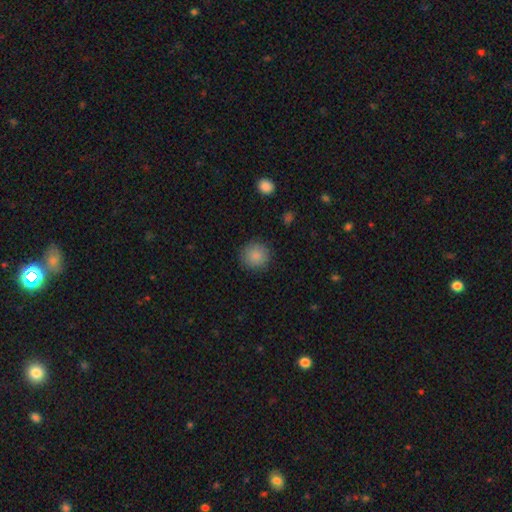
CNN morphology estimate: Smooth or featured? Predicted: smooth (p=0.87). How rounded? Predicted: round (p=0.92). Merging? Predicted: none (p=0.88).